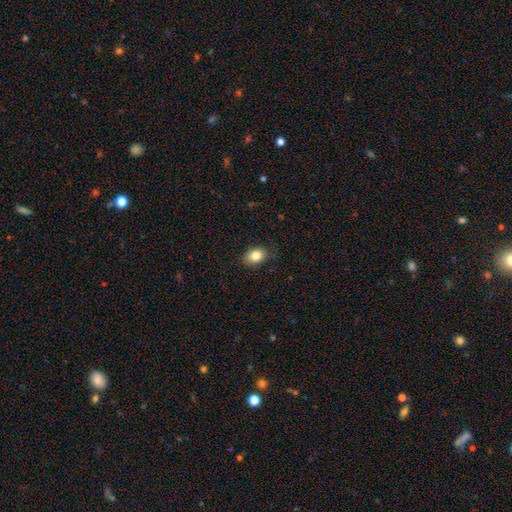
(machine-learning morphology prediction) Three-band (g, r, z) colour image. It shows a smooth galaxy with no disk features (84%) that is in between round and cigar-shaped (73%). Merging: none (82%).